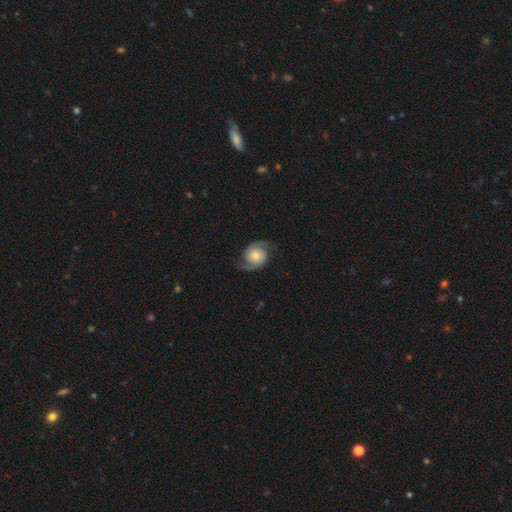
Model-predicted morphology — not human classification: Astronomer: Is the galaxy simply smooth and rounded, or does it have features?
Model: featured or disk — 73%.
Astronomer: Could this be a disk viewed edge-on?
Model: no — 98%.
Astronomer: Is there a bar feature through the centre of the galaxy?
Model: no — 76%.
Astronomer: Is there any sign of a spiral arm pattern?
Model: yes — 95%.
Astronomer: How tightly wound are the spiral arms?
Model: medium — 43% (runner-up: loose, 39%).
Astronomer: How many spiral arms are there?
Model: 2 — 93%.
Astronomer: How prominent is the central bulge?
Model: moderate — 36% (runner-up: small, 29%).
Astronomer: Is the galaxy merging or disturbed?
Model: none — 76%.